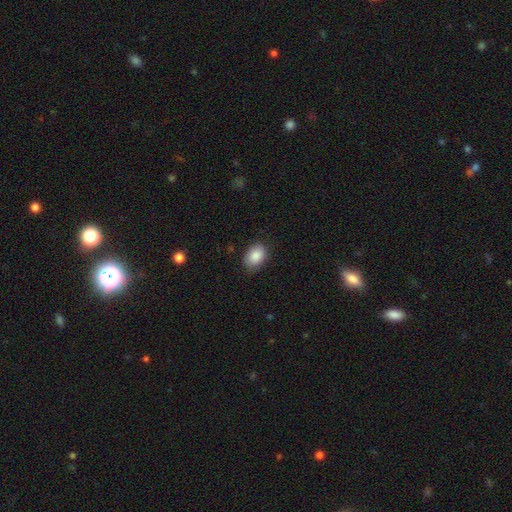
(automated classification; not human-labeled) A smooth galaxy with no disk features (88%) that is in between round and cigar-shaped (80%). Merging: none (80%).